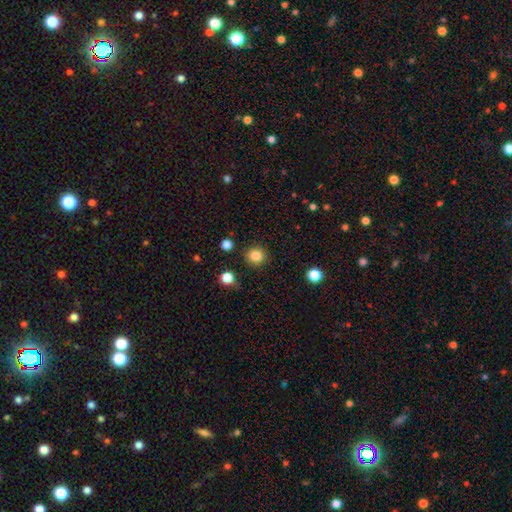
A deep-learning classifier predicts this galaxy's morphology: The model was most divided on "smooth or featured": smooth: 84%, star or artifact: 11%, featured or disk: 4%. More confident: how rounded — round (92%); merging — none (90%).